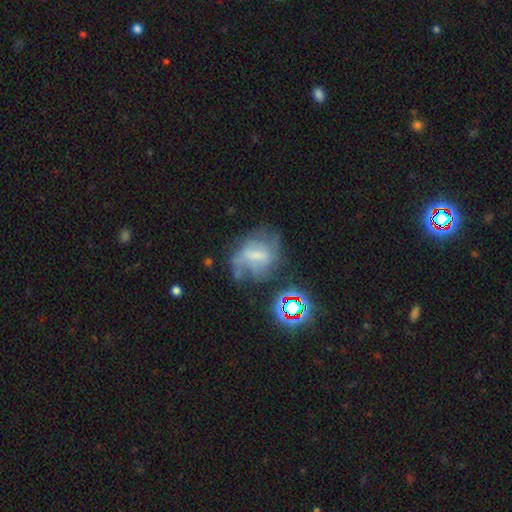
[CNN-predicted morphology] Smooth or featured? featured or disk (50%)
Edge-on disk? no (95%)
Merging? none (36%)